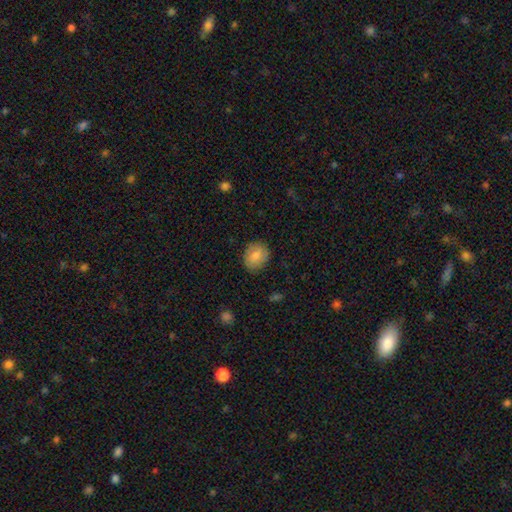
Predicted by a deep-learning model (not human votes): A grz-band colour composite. It shows a smooth galaxy with no disk features (82%) that is round (54%). Merging: none (84%).